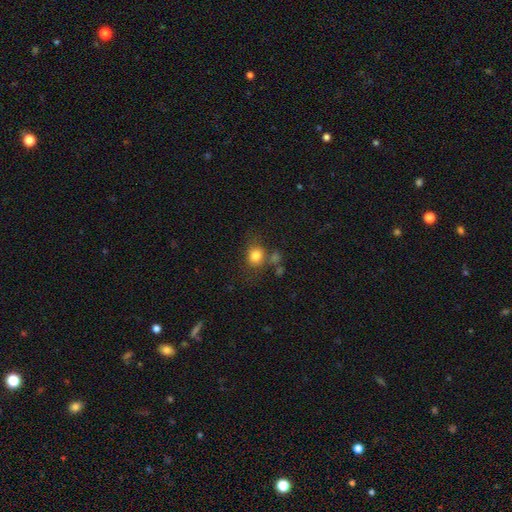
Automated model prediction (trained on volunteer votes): This appears to be a smooth galaxy with no disk features (81%) that is round (67%). Merging: none (63%).